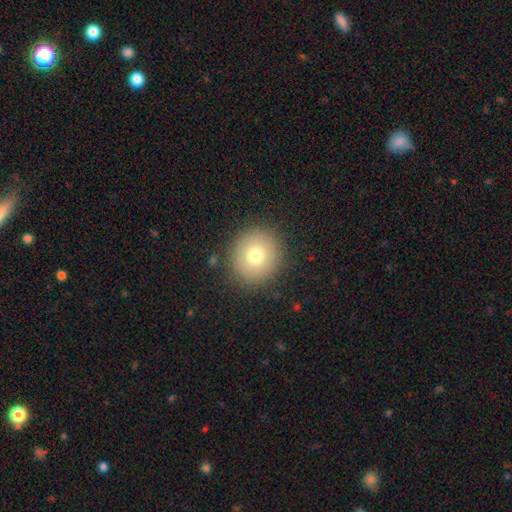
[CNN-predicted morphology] smooth-or-featured: smooth: 74% | featured or disk: 15% | star or artifact: 11%
  how-rounded: round: 88% | in between: 11% | cigar-shaped: 1%
  merging: none: 88% | minor disturbance: 8% | major disturbance: 3% | merger: 1%